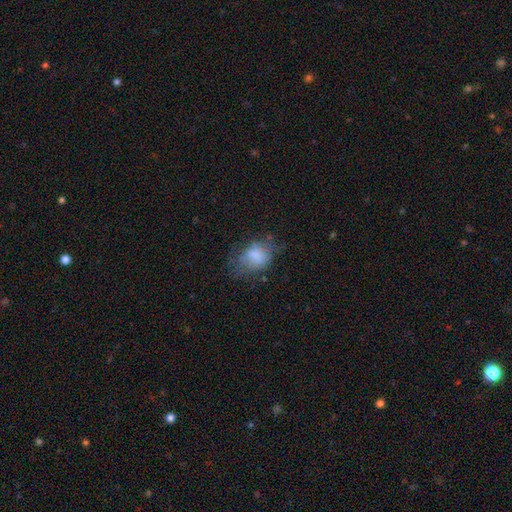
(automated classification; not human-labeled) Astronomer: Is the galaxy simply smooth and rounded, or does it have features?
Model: smooth — 67%.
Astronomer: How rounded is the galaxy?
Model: in between — 69%.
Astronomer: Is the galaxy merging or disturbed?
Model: none — 40% (runner-up: minor disturbance, 30%).